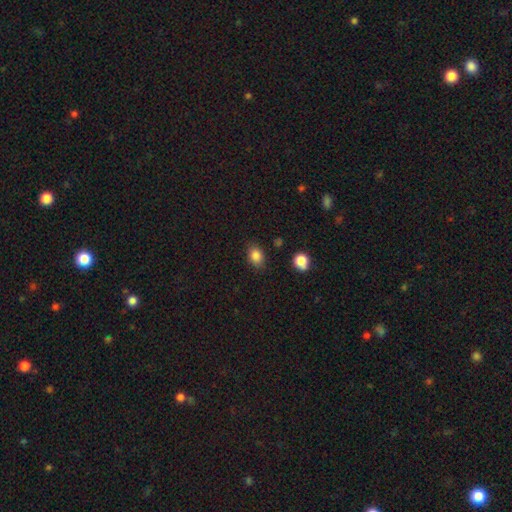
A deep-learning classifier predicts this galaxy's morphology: Overall: smooth (84%). How rounded: in between (65%; round 34%). Merging: none (82%).